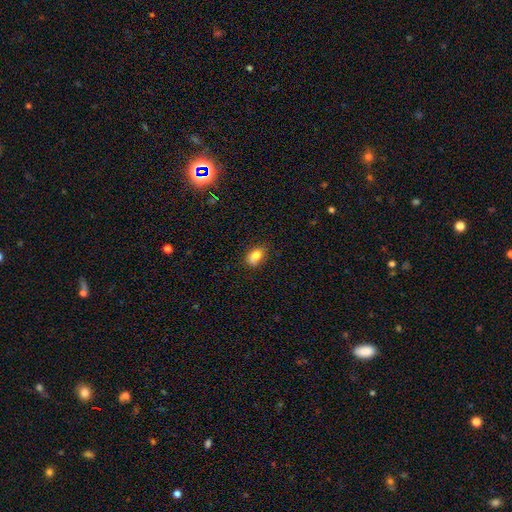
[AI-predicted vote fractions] Smooth or featured? Predicted: smooth (p=0.82). How rounded? Predicted: in between (p=0.83). Merging? Predicted: none (p=0.76).